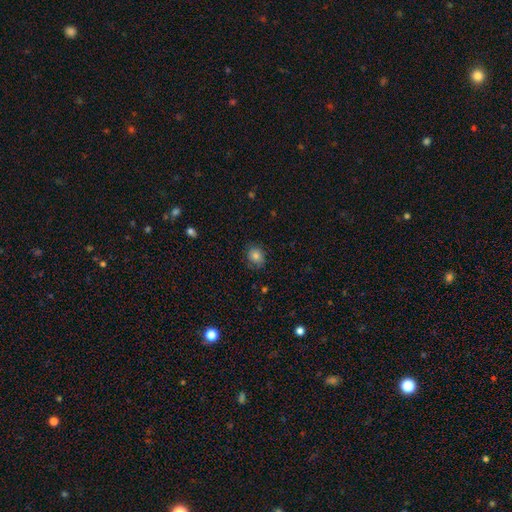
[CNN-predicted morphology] The model was most divided on "how rounded": round: 67%, in between: 32%, cigar-shaped: 1%. More confident: merging — none (80%); smooth or featured — smooth (80%).